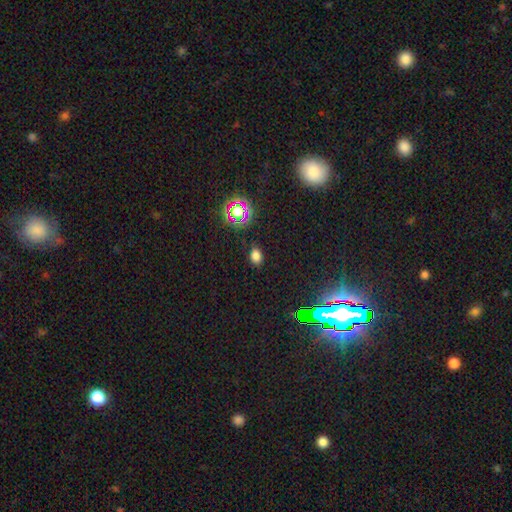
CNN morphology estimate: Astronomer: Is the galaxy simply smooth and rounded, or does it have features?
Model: smooth — 72%.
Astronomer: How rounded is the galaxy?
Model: in between — 70%.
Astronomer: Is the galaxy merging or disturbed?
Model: none — 86%.